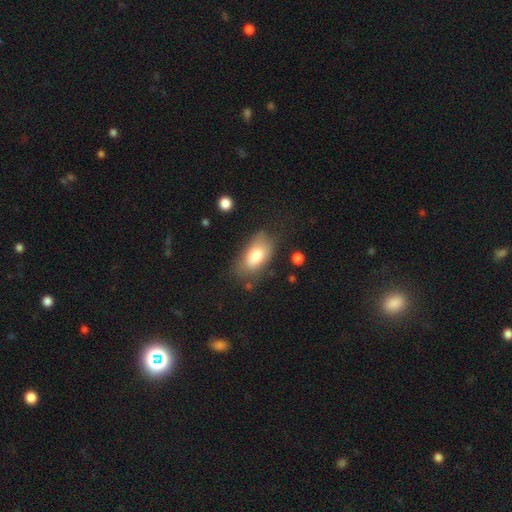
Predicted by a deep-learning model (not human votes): The model was most divided on "merging": none: 66%, minor disturbance: 22%, major disturbance: 9%, merger: 3%. More confident: how rounded — in between (90%); smooth or featured — smooth (74%).